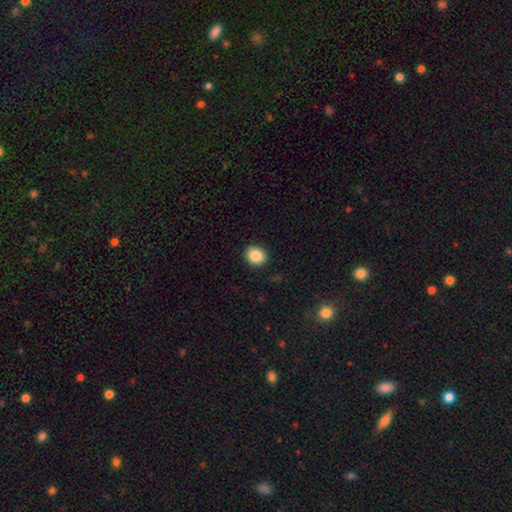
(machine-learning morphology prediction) Q: Smooth or featured?
A: smooth (87%); runner-up: star or artifact (9%)
Q: How rounded?
A: round (66%); runner-up: in between (33%)
Q: Merging?
A: none (91%); runner-up: minor disturbance (6%)